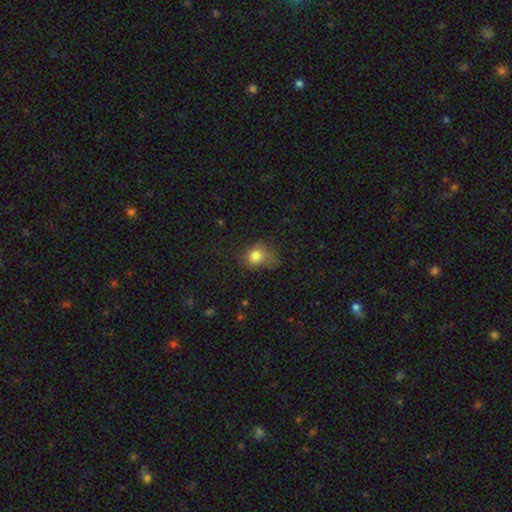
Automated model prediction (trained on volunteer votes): Q: Smooth or featured?
A: smooth (77%); runner-up: featured or disk (12%)
Q: How rounded?
A: in between (50%); runner-up: round (49%)
Q: Merging?
A: none (37%); runner-up: minor disturbance (33%)